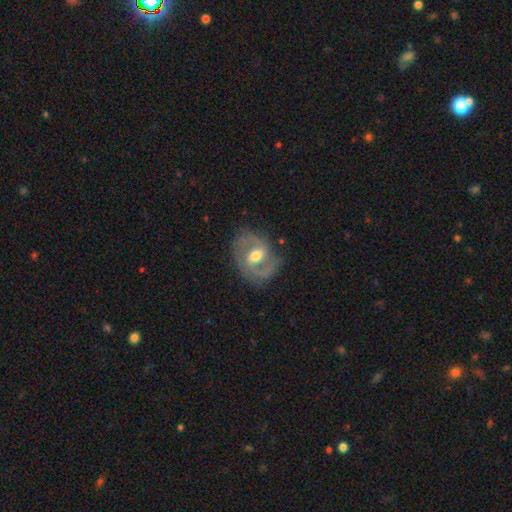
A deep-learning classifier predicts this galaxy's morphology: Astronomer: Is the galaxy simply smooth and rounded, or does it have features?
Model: featured or disk — 84%.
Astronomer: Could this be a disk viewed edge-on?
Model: no — 97%.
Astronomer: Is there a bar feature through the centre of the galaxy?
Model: weak — 54%.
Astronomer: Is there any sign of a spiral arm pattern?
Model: yes — 92%.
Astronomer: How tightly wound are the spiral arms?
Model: medium — 54%.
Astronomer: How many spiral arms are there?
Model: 2 — 84%.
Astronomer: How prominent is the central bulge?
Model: moderate — 72%.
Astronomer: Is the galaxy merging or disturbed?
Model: none — 73%.